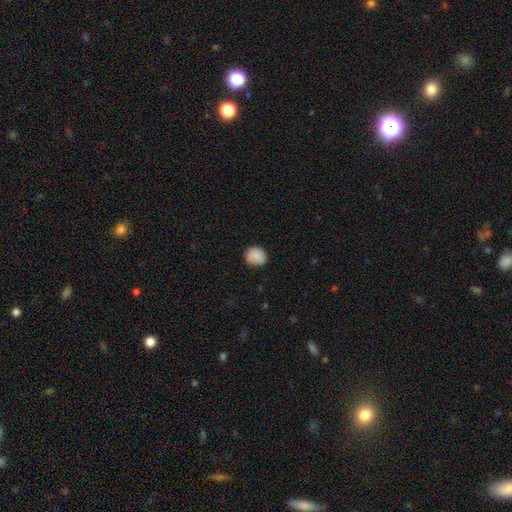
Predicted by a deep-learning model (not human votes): Smooth or featured? smooth (87%)
How rounded? round (77%)
Merging? none (79%)